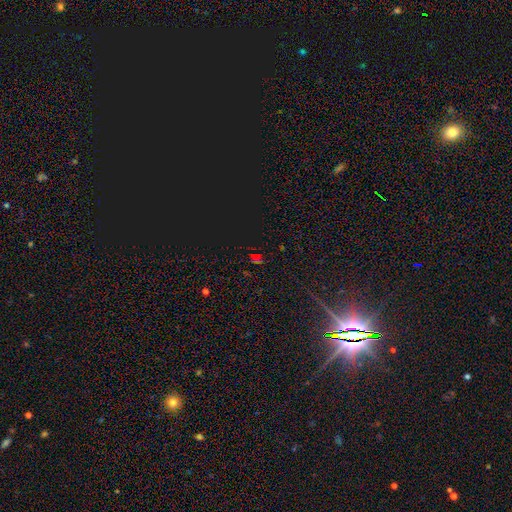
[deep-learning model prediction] This is likely a star or artifact rather than a galaxy (72%).